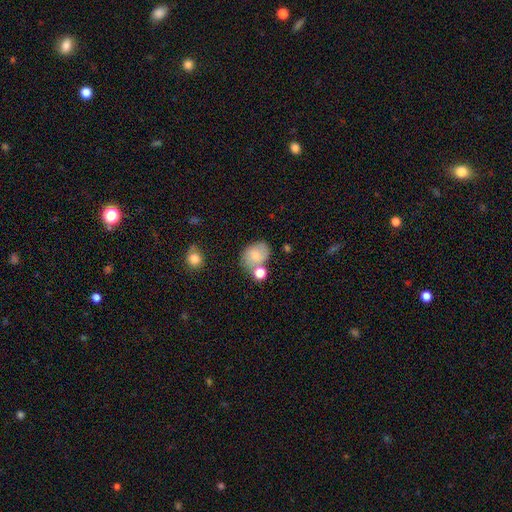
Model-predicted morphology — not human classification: type=smooth (65%); roundness=in between (57%); merging=none (56%).